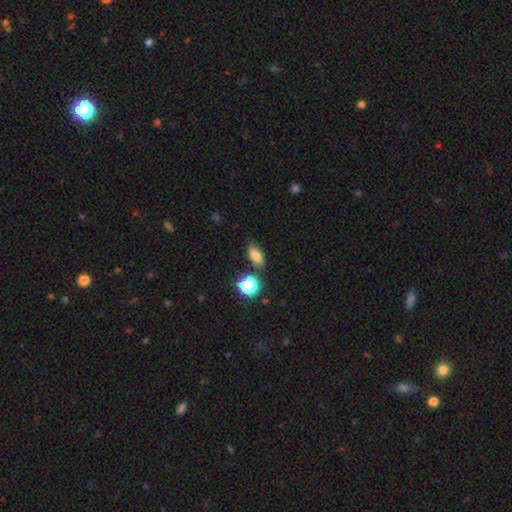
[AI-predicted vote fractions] smooth-or-featured: smooth: 77% | star or artifact: 13% | featured or disk: 10%
  how-rounded: in between: 79% | round: 13% | cigar-shaped: 8%
  merging: none: 78% | minor disturbance: 13% | merger: 5% | major disturbance: 3%